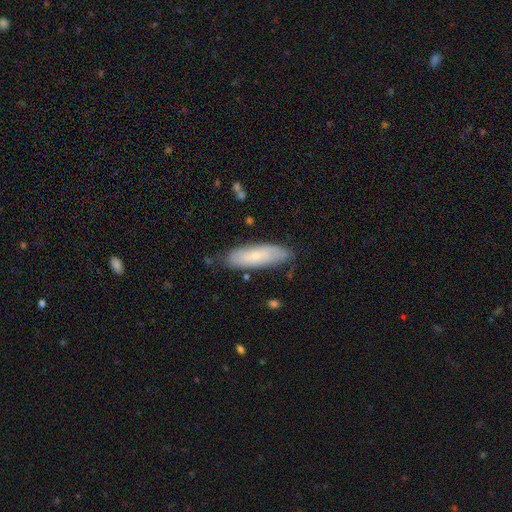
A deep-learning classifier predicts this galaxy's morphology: Overall: smooth (62%; featured or disk 31%). How rounded: cigar-shaped (52%; in between 47%). Merging: none (79%).